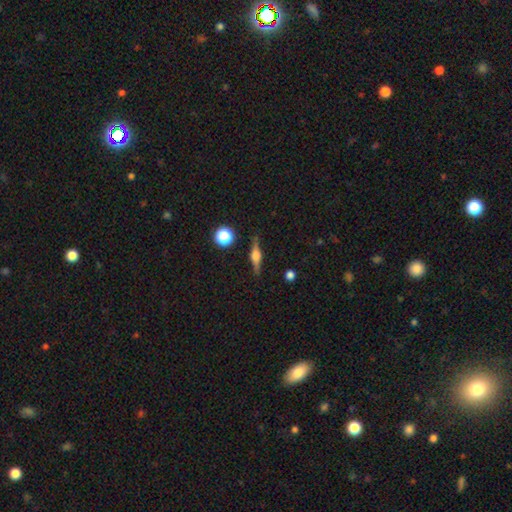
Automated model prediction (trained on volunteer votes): Smooth or featured: featured or disk — 69% (smooth — 23%)
Edge-on disk: yes — 97% (no — 3%)
Edge-on bulge: rounded — 86% (boxy — 11%)
Merging: none — 87% (minor disturbance — 9%)